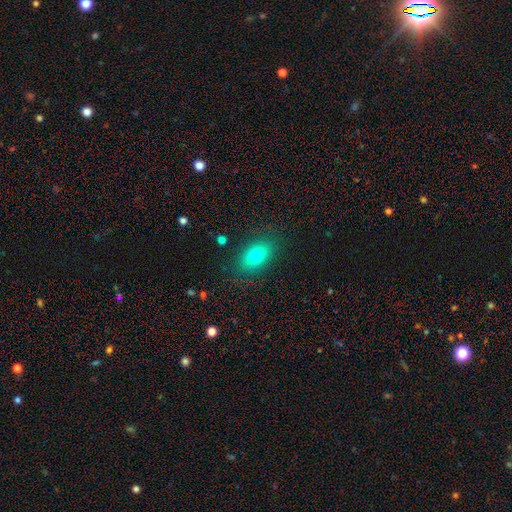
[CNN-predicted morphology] Smooth or featured: smooth — 76% (featured or disk — 14%)
How rounded: in between — 85% (round — 12%)
Merging: none — 85% (minor disturbance — 10%)